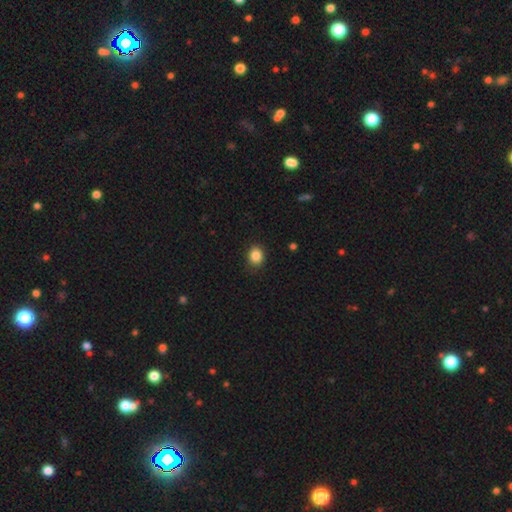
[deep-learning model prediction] This appears to be a smooth galaxy with no disk features (86%) that is round (67%). Merging: none (88%).